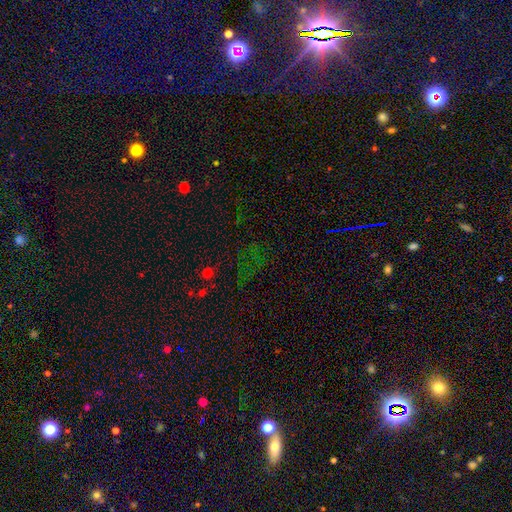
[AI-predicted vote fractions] The model was most divided on "smooth or featured": star or artifact: 68%, smooth: 21%, featured or disk: 10%.